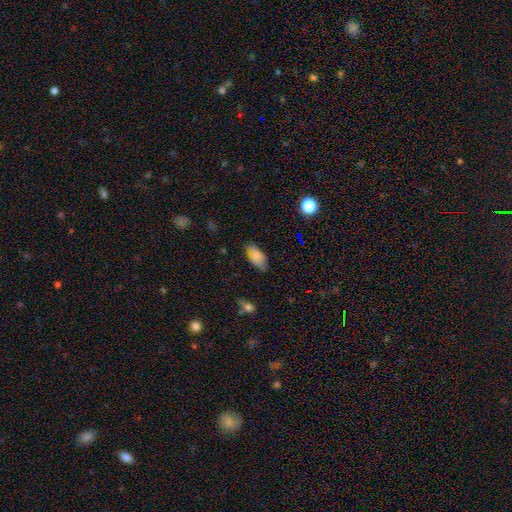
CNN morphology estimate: Smooth or featured? smooth (80%)
How rounded? in between (91%)
Merging? none (68%)